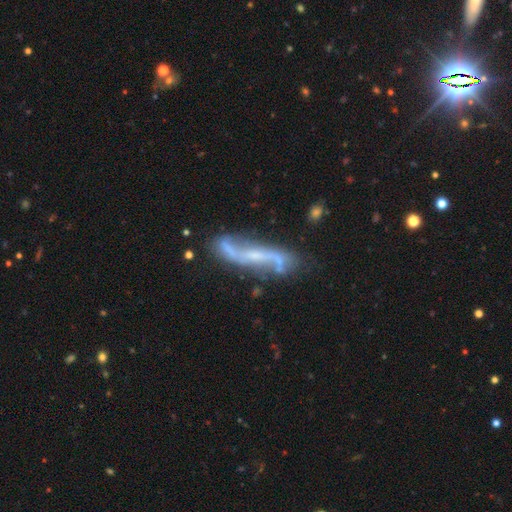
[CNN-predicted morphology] type=featured or disk (83%); edge-on=no (80%); bar=weak (39%); spiral arms=yes (93%); winding=loose (76%); arm count=2 (90%); bulge=small (58%); merging=none (66%).